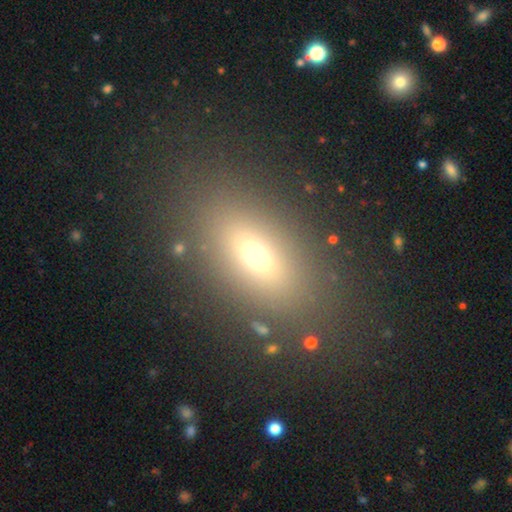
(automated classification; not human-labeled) Morphology: type=smooth (65%); roundness=in between (79%); merging=none (84%).